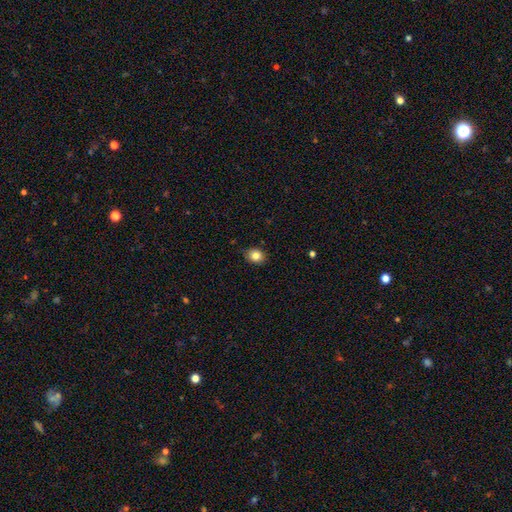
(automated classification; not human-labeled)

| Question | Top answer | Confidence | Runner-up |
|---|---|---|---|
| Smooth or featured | smooth | 83% | star or artifact (10%) |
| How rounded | round | 52% | in between (47%) |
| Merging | none | 84% | minor disturbance (13%) |